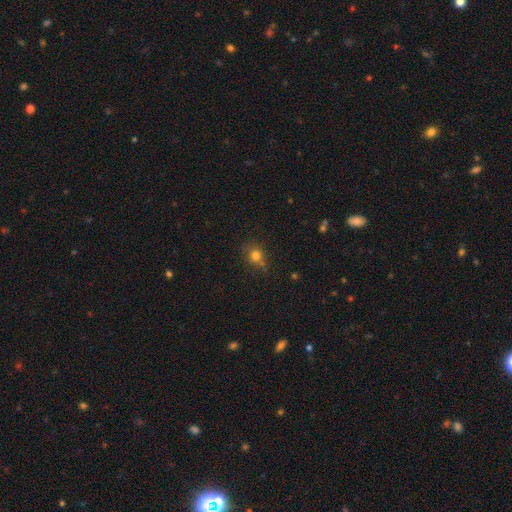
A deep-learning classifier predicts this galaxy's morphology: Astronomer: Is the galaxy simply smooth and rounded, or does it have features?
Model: smooth — 76%.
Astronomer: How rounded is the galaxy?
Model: round — 73%.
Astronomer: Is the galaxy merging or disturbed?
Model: none — 65%.